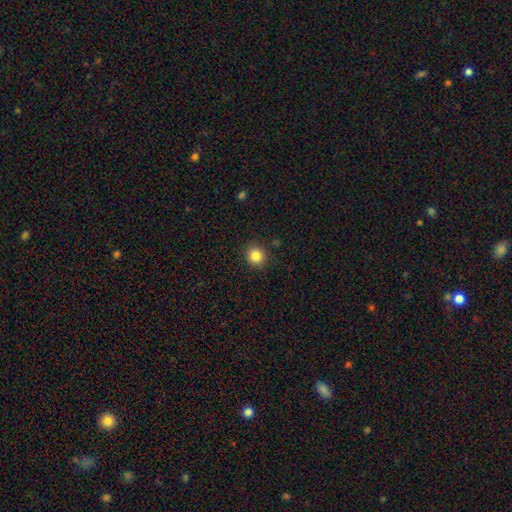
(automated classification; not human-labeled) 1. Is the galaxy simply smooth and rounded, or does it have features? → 85% smooth, 11% star or artifact, 5% featured or disk.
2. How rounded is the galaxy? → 90% round, 9% in between, 1% cigar-shaped.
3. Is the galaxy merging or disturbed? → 90% none, 7% minor disturbance, 2% major disturbance, 1% merger.